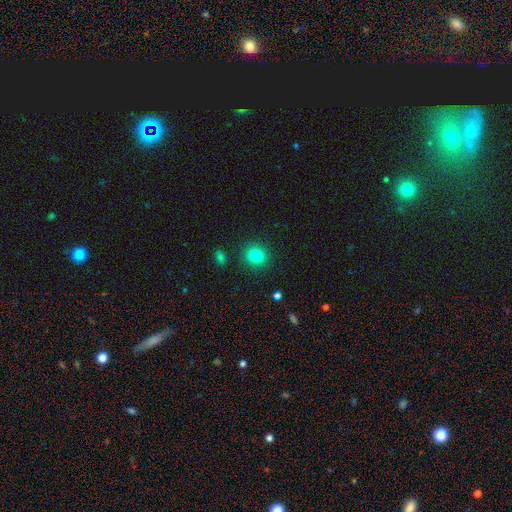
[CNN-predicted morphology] Overall: smooth (80%). How rounded: round (90%). Merging: none (90%).